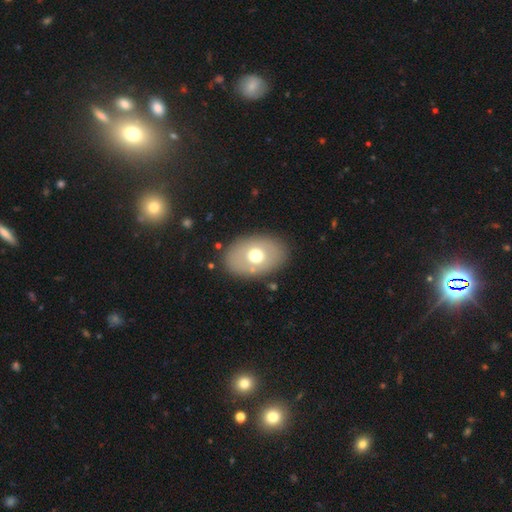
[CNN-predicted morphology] Q: Smooth or featured?
A: smooth (62%); runner-up: featured or disk (30%)
Q: How rounded?
A: in between (79%); runner-up: round (20%)
Q: Merging?
A: none (85%); runner-up: minor disturbance (9%)